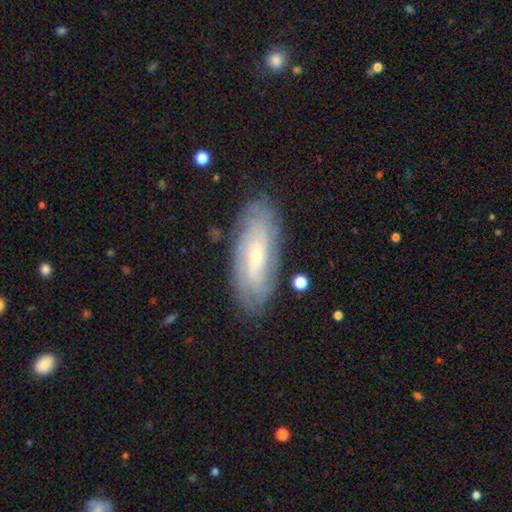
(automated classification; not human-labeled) Smooth or featured: featured or disk — 73% (smooth — 20%)
Edge-on disk: no — 88% (yes — 12%)
Bar: no — 56% (weak — 35%)
Spiral arms: yes — 92% (no — 8%)
Spiral winding: tight — 69% (medium — 24%)
Spiral arm count: can't tell — 51% (2 — 15%)
Bulge size: small — 69% (moderate — 26%)
Merging: none — 82% (minor disturbance — 13%)